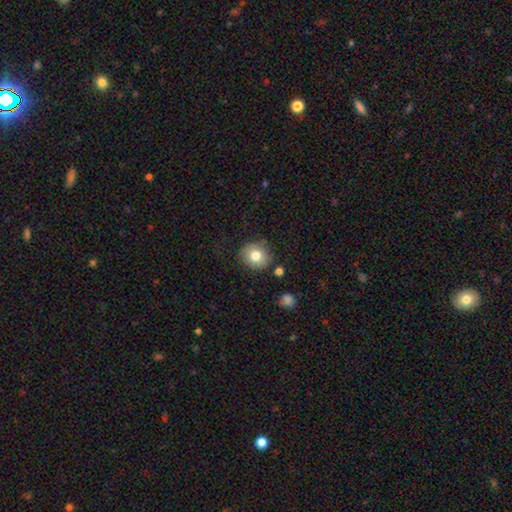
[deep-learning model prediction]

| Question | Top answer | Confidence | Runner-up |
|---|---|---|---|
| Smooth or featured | smooth | 79% | featured or disk (12%) |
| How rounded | round | 78% | in between (21%) |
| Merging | none | 83% | minor disturbance (11%) |